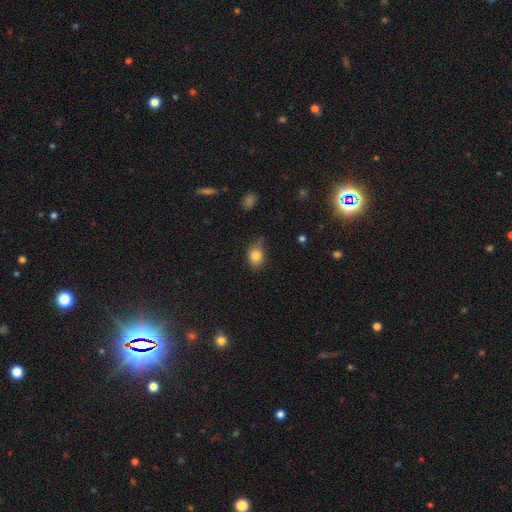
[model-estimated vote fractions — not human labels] Smooth or featured?
  - smooth: 81% *
  - star or artifact: 10%
  - featured or disk: 9%
How rounded?
  - in between: 64% *
  - round: 34%
  - cigar-shaped: 2%
Merging?
  - none: 55% *
  - minor disturbance: 34%
  - major disturbance: 8%
  - merger: 3%